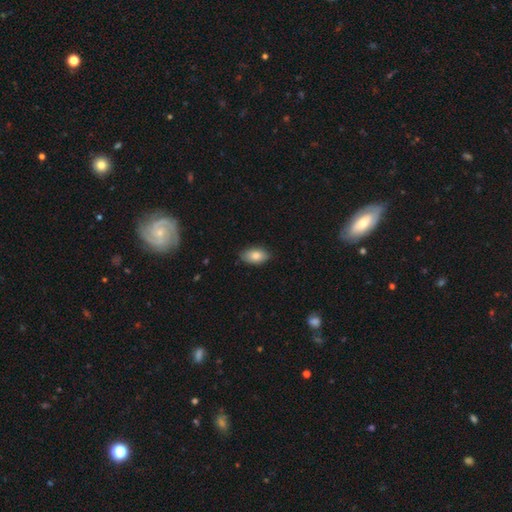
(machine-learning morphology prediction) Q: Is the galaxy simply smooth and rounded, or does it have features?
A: smooth — 83%.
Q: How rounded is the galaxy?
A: in between — 93%.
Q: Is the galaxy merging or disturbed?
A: none — 83%.